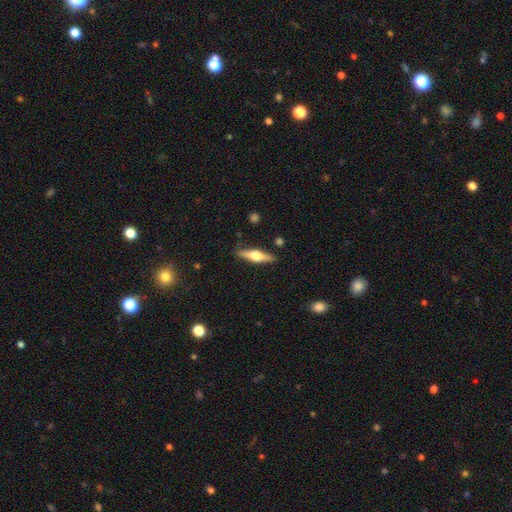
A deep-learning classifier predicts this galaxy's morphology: Q: Smooth or featured?
A: featured or disk (58%); runner-up: smooth (36%)
Q: Edge-on disk?
A: yes (95%); runner-up: no (5%)
Q: Edge-on bulge?
A: rounded (94%); runner-up: boxy (4%)
Q: Merging?
A: none (87%); runner-up: minor disturbance (9%)